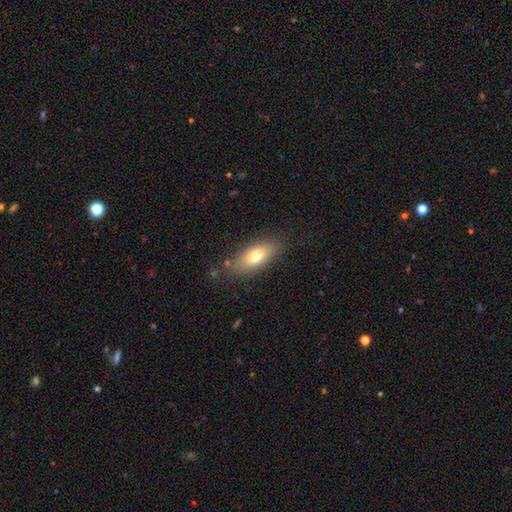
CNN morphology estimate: A smooth galaxy with no disk features (70%) that is in between round and cigar-shaped (77%).

Vote fractions:
- Smooth or featured? smooth: 70% / featured or disk: 22% / star or artifact: 8%
- How rounded? in between: 77% / cigar-shaped: 18% / round: 5%
- Merging? none: 80% / minor disturbance: 14% / major disturbance: 4% / merger: 2%